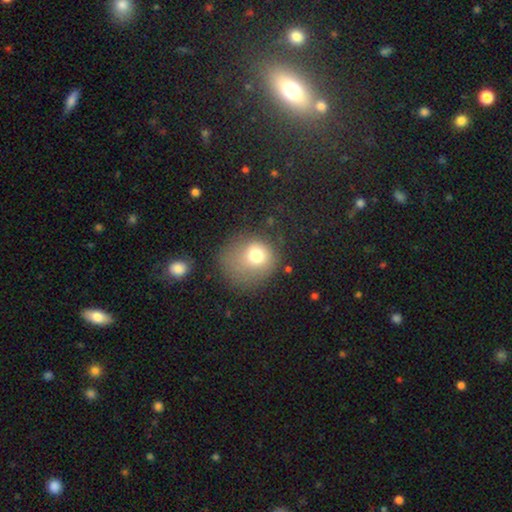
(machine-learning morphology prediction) Smooth or featured? smooth (71%)
How rounded? round (77%)
Merging? none (43%)